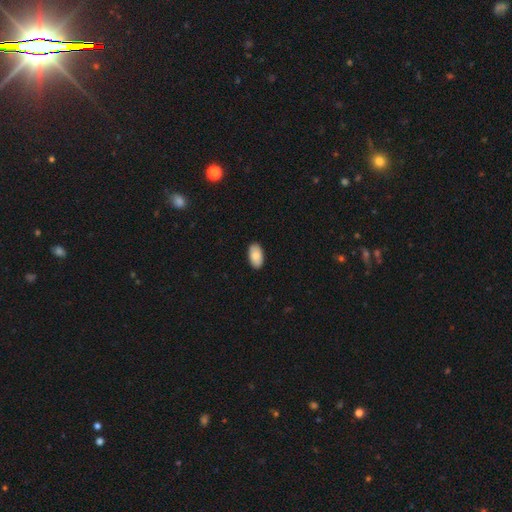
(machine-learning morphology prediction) Smooth or featured? Predicted: smooth (p=0.86). How rounded? Predicted: in between (p=0.96). Merging? Predicted: none (p=0.89).